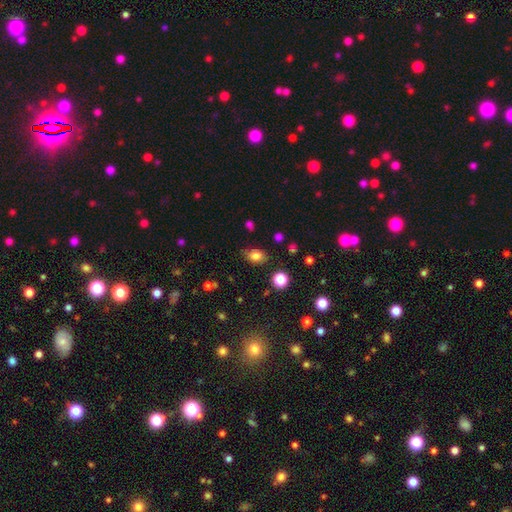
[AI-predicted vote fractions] Smooth or featured?
  - smooth: 80% *
  - star or artifact: 12%
  - featured or disk: 9%
How rounded?
  - in between: 78% *
  - round: 20%
  - cigar-shaped: 2%
Merging?
  - none: 80% *
  - minor disturbance: 14%
  - major disturbance: 3%
  - merger: 2%